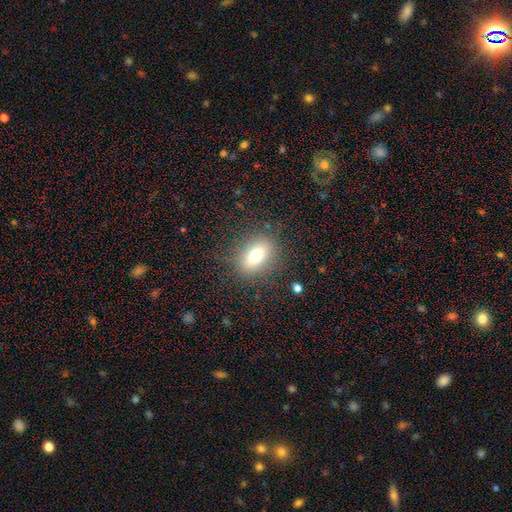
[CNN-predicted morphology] smooth-or-featured: smooth: 71% | featured or disk: 17% | star or artifact: 12%
  how-rounded: in between: 70% | round: 26% | cigar-shaped: 4%
  merging: none: 82% | minor disturbance: 11% | major disturbance: 6% | merger: 1%